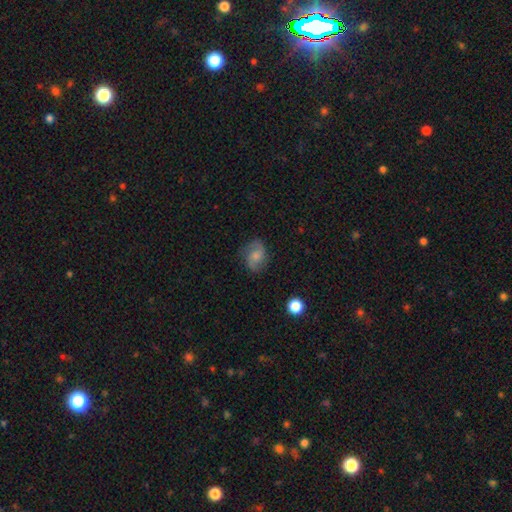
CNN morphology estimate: smooth_or_featured: featured or disk (p=0.63) [alt: smooth p=0.29]
disk_edge_on: no (p=0.97) [alt: yes p=0.03]
bar: no (p=0.58) [alt: weak p=0.36]
has_spiral_arms: yes (p=0.93) [alt: no p=0.07]
spiral_winding: medium (p=0.48) [alt: loose p=0.36]
spiral_arm_count: 2 (p=0.89) [alt: can't tell p=0.05]
bulge_size: small (p=0.38) [alt: moderate p=0.36]
merging: none (p=0.75) [alt: minor disturbance p=0.17]